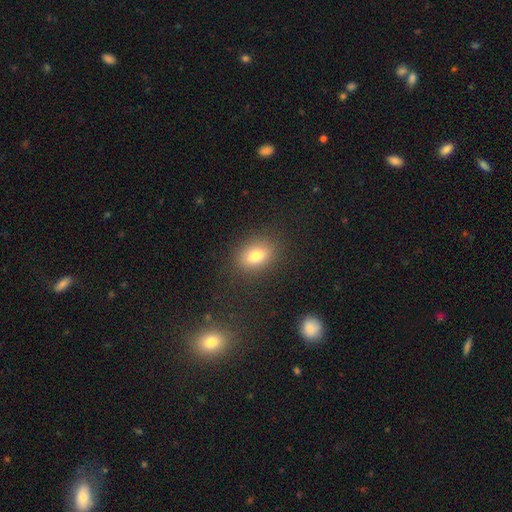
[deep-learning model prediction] A smooth galaxy with no disk features (78%) that is in between round and cigar-shaped (74%).

Vote fractions:
- Smooth or featured? smooth: 78% / star or artifact: 11% / featured or disk: 11%
- How rounded? in between: 74% / round: 24% / cigar-shaped: 2%
- Merging? none: 85% / minor disturbance: 10% / major disturbance: 4% / merger: 1%